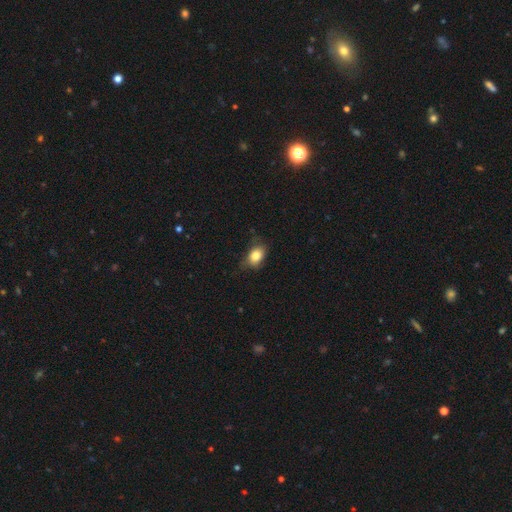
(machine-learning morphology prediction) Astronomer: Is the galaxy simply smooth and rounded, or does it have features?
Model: smooth — 82%.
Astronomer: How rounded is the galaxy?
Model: in between — 74%.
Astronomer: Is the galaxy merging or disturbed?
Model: none — 64%.